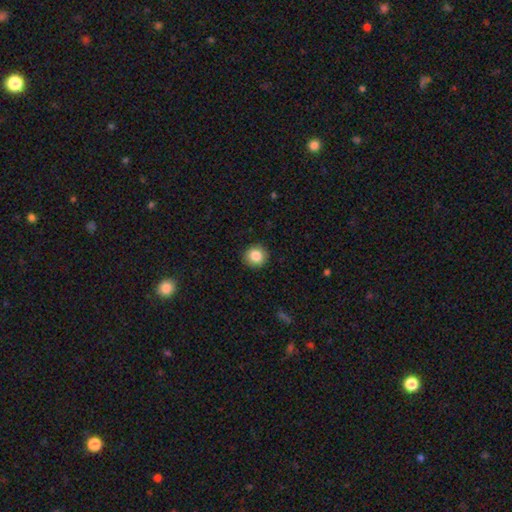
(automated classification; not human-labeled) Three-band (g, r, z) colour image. It shows a smooth galaxy with no disk features (85%) that is round (91%). Merging: none (91%).